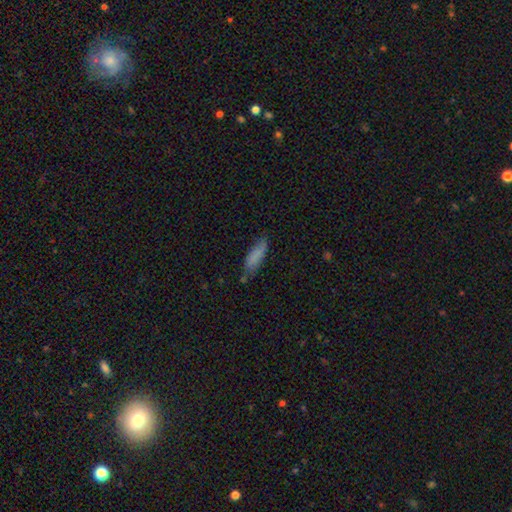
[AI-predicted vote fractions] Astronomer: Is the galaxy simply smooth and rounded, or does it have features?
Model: smooth — 80%.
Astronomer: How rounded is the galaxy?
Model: in between — 51% (runner-up: cigar-shaped, 47%).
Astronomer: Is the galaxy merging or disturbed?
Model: none — 65%.